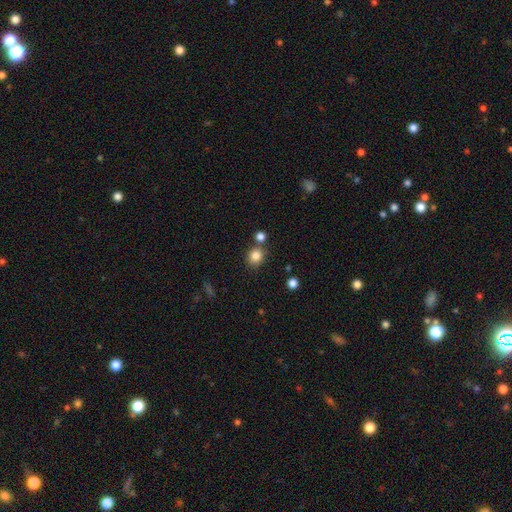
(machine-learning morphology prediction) smooth-or-featured: smooth: 84% | star or artifact: 11% | featured or disk: 5%
  how-rounded: round: 79% | in between: 20% | cigar-shaped: 1%
  merging: none: 74% | merger: 14% | minor disturbance: 9% | major disturbance: 3%